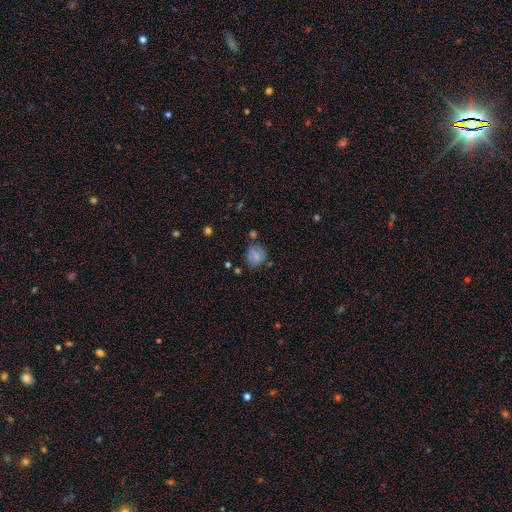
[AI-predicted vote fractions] Overall: smooth (73%). How rounded: round (78%). Merging: none (67%).